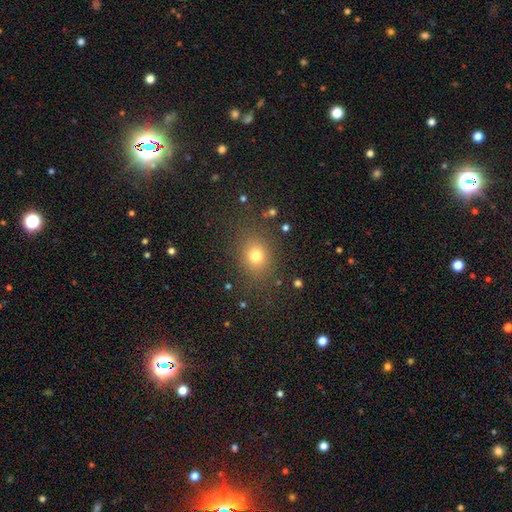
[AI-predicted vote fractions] Smooth or featured: smooth — 77% (star or artifact — 15%)
How rounded: round — 61% (in between — 37%)
Merging: none — 82% (minor disturbance — 10%)